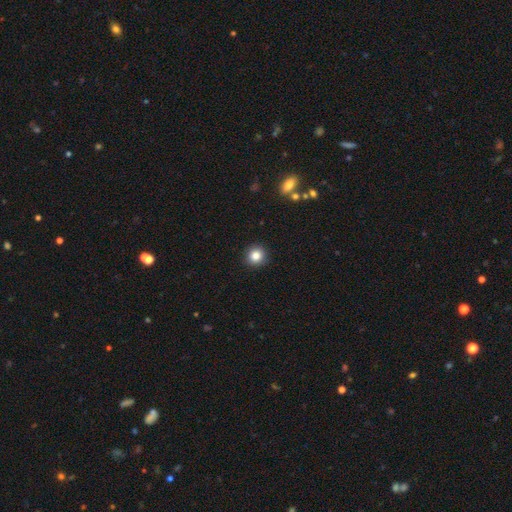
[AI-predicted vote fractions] Q: Smooth or featured?
A: smooth (84%); runner-up: star or artifact (10%)
Q: How rounded?
A: round (92%); runner-up: in between (7%)
Q: Merging?
A: none (91%); runner-up: minor disturbance (6%)